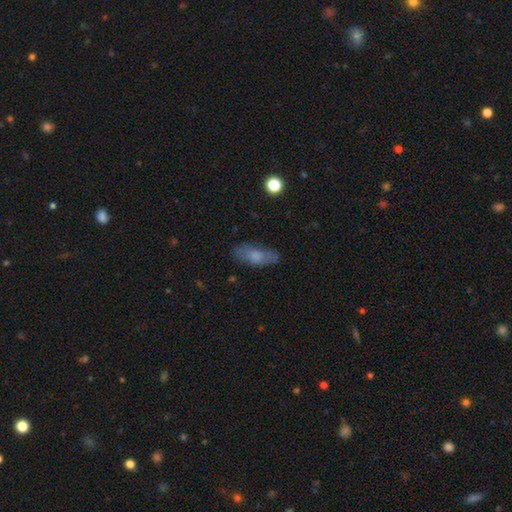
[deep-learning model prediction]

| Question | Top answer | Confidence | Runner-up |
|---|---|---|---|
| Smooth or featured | smooth | 66% | featured or disk (26%) |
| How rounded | in between | 73% | cigar-shaped (24%) |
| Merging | none | 73% | minor disturbance (19%) |